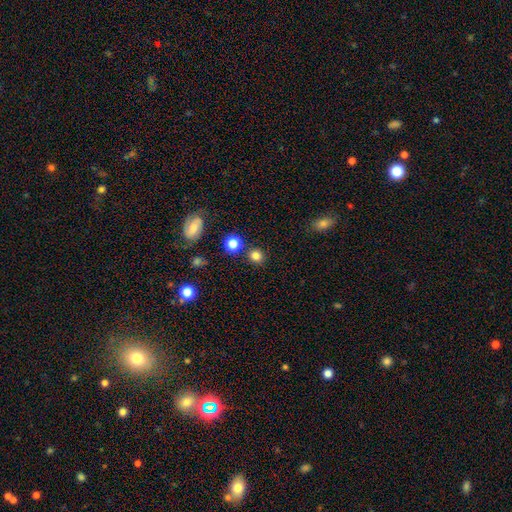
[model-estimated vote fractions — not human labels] A smooth galaxy with no disk features (81%) that is round (86%).

Vote fractions:
- Smooth or featured? smooth: 81% / star or artifact: 14% / featured or disk: 5%
- How rounded? round: 86% / in between: 13% / cigar-shaped: 1%
- Merging? none: 84% / minor disturbance: 7% / merger: 6% / major disturbance: 3%